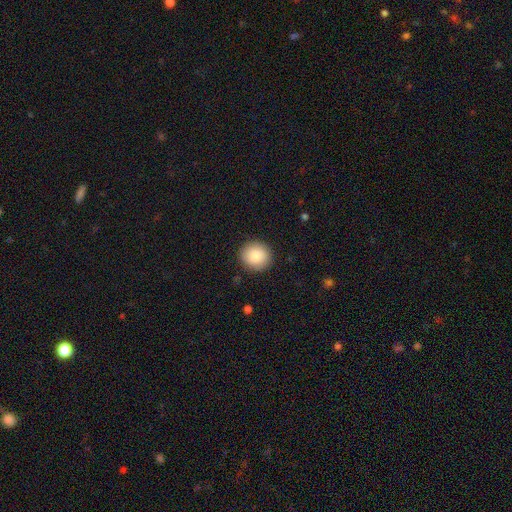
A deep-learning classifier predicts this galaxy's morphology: Smooth or featured?
  - smooth: 87% *
  - star or artifact: 7%
  - featured or disk: 5%
How rounded?
  - round: 89% *
  - in between: 10%
  - cigar-shaped: 1%
Merging?
  - none: 90% *
  - minor disturbance: 7%
  - major disturbance: 2%
  - merger: 1%